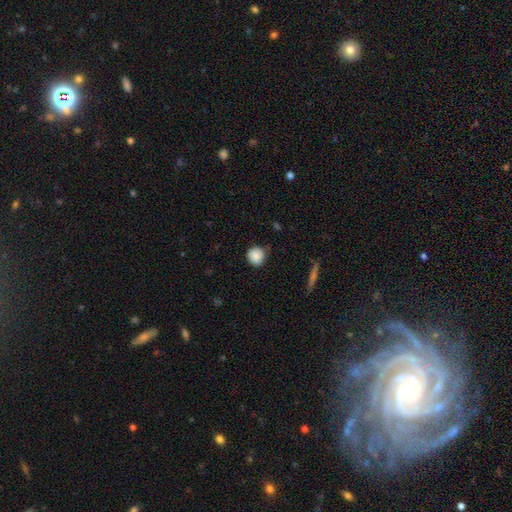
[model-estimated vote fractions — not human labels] Morphology: type=smooth (87%); roundness=round (90%); merging=none (79%).